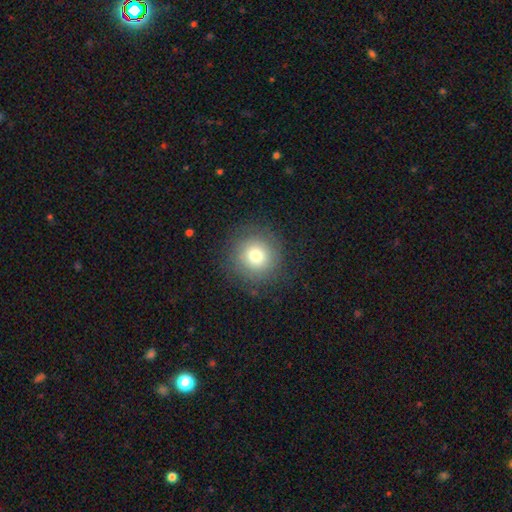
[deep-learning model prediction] smooth_or_featured: smooth (p=0.74) [alt: featured or disk p=0.14]
how_rounded: round (p=0.95) [alt: in between p=0.04]
merging: none (p=0.85) [alt: minor disturbance p=0.09]